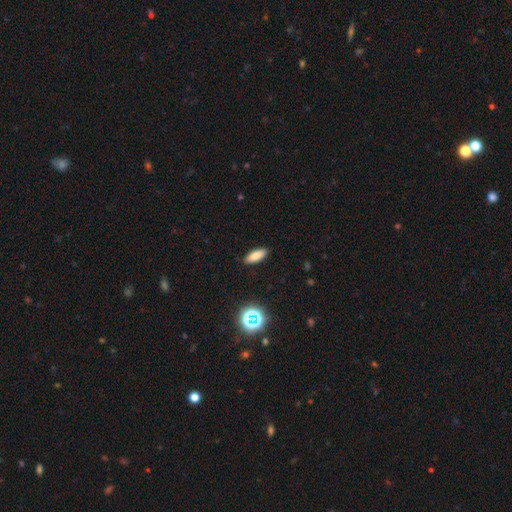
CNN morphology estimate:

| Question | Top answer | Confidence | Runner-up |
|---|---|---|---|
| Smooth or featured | smooth | 80% | star or artifact (11%) |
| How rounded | in between | 70% | cigar-shaped (27%) |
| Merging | none | 89% | minor disturbance (8%) |